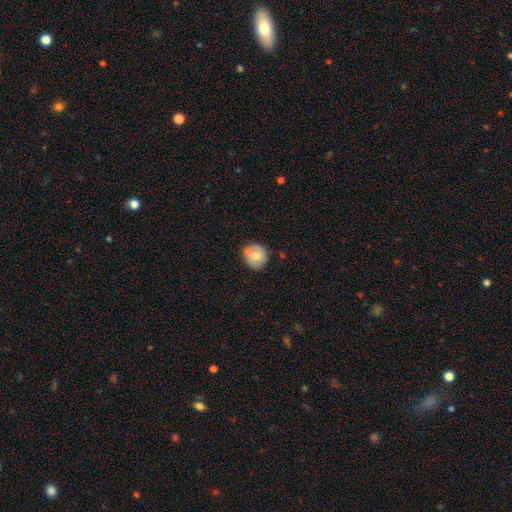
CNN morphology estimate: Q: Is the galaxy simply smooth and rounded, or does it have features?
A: smooth — 72%.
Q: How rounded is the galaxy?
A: round — 84%.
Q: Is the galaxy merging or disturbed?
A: none — 71%.